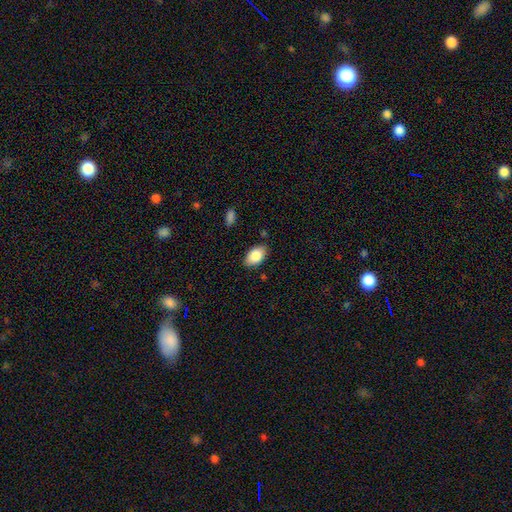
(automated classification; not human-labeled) smooth 86%, featured or disk 7%, star or artifact 7%. Down the decision tree: how rounded — in between (93%); merging — none (83%).